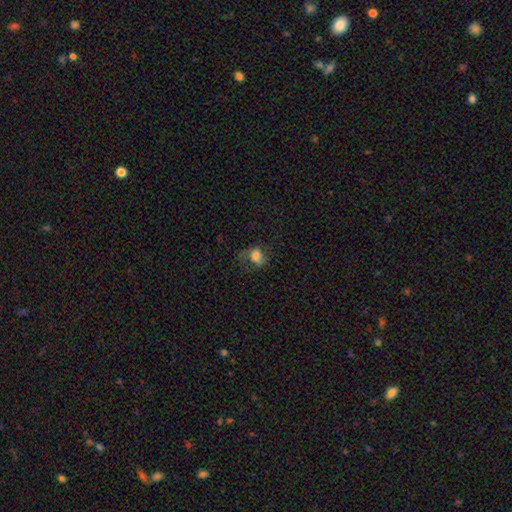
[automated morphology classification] A smooth galaxy with no disk features (53%) that is in between round and cigar-shaped (57%).

Vote fractions:
- Smooth or featured? smooth: 53% / featured or disk: 34% / star or artifact: 13%
- How rounded? in between: 57% / round: 41% / cigar-shaped: 2%
- Merging? none: 47% / major disturbance: 28% / minor disturbance: 23% / merger: 2%